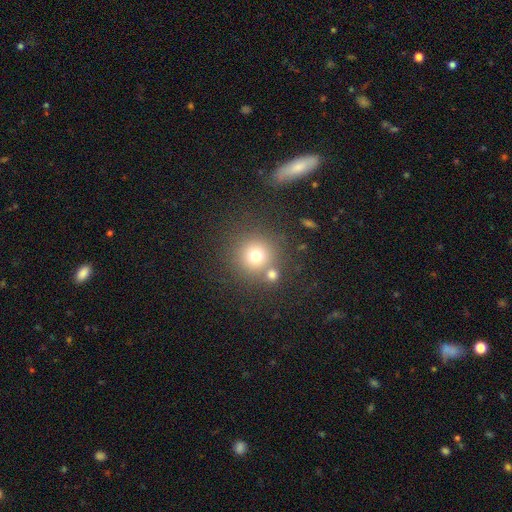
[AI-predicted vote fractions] The model was most divided on "merging": none: 71%, merger: 17%, minor disturbance: 8%, major disturbance: 4%. More confident: how rounded — round (93%); smooth or featured — smooth (73%).